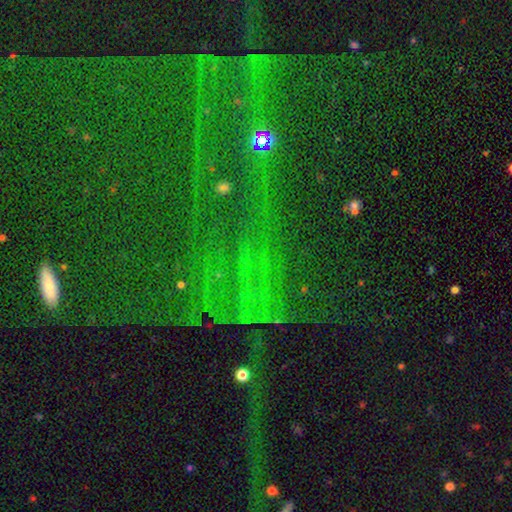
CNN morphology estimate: A star or artifact, not a galaxy (80%).

Vote fractions:
- Smooth or featured? star or artifact: 80% / smooth: 10% / featured or disk: 10%